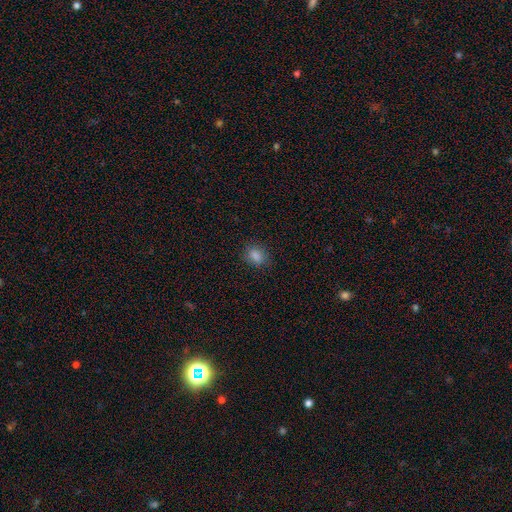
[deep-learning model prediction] smooth_or_featured: smooth (p=0.84) [alt: star or artifact p=0.11]
how_rounded: in between (p=0.67) [alt: round p=0.31]
merging: none (p=0.80) [alt: minor disturbance p=0.15]